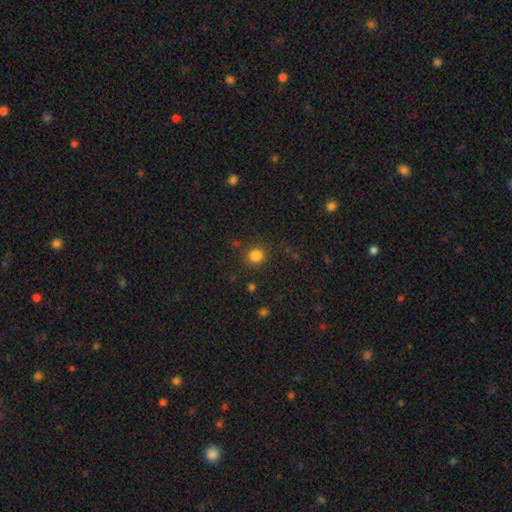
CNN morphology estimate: Overall: smooth (84%). How rounded: round (87%). Merging: none (87%).